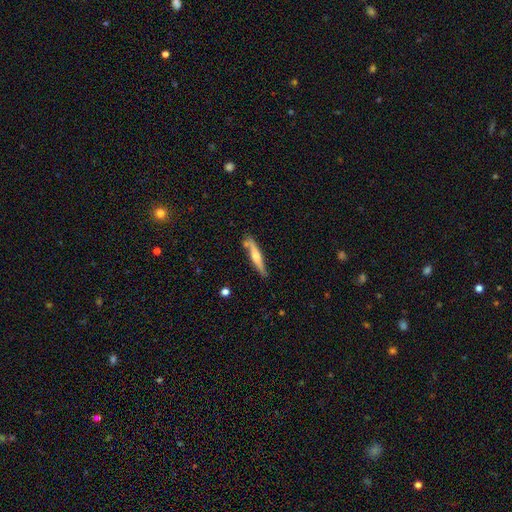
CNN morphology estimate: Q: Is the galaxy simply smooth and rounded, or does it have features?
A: featured or disk — 62%.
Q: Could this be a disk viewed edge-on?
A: yes — 92%.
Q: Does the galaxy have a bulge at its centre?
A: rounded — 84%.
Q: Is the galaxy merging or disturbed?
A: none — 79%.